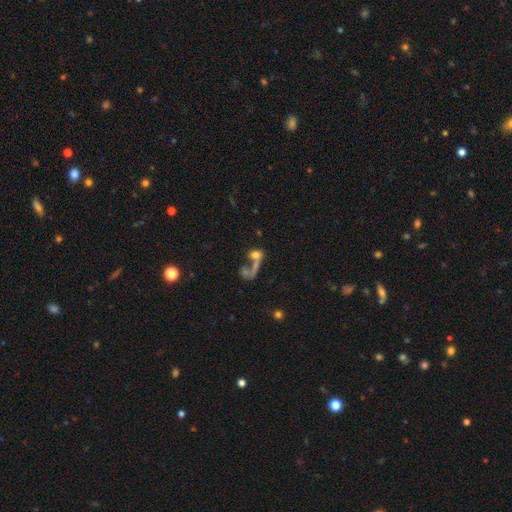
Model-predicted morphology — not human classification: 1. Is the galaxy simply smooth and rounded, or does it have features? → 57% smooth, 27% featured or disk, 15% star or artifact.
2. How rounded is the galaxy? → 49% in between, 41% round, 10% cigar-shaped.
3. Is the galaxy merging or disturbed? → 46% merger, 26% none, 19% major disturbance, 9% minor disturbance.